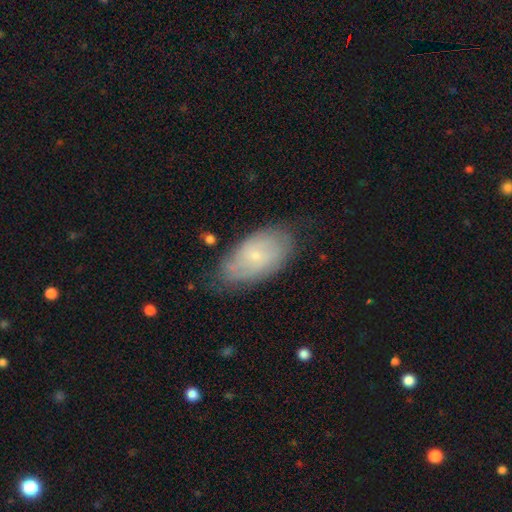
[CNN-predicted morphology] This appears to be a featured or disk galaxy (50%). Merging: none (69%).